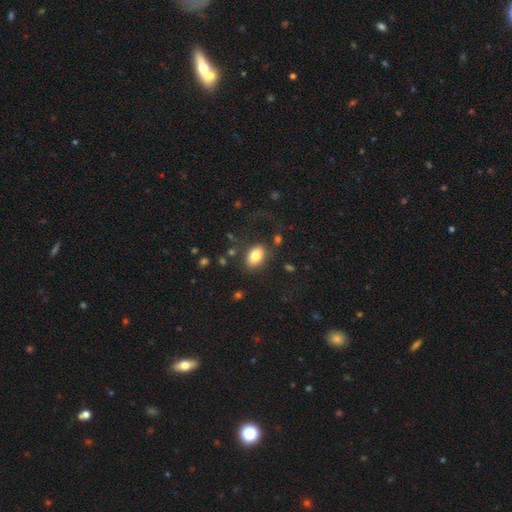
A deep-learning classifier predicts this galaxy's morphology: smooth-or-featured: smooth: 81% | featured or disk: 11% | star or artifact: 8%
  how-rounded: in between: 85% | round: 13% | cigar-shaped: 1%
  merging: none: 78% | minor disturbance: 12% | major disturbance: 7% | merger: 3%